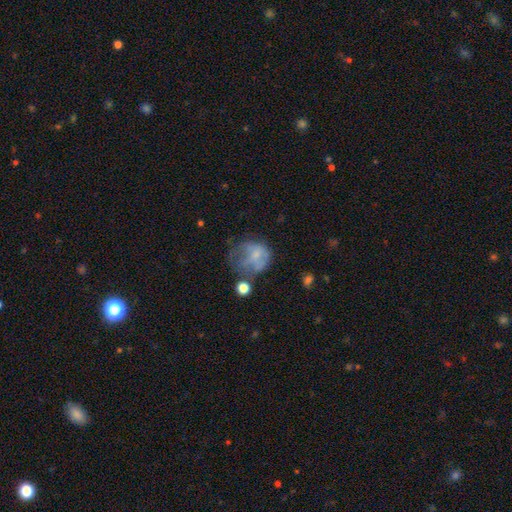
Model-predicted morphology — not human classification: type=smooth (54%); roundness=round (65%); merging=major disturbance (39%).